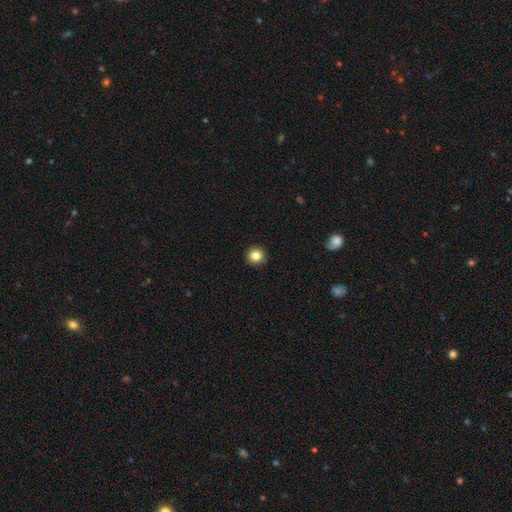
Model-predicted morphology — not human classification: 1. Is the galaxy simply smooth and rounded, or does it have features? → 84% smooth, 11% star or artifact, 6% featured or disk.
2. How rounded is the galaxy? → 93% round, 6% in between, 1% cigar-shaped.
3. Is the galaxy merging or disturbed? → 92% none, 6% minor disturbance, 2% major disturbance, 1% merger.